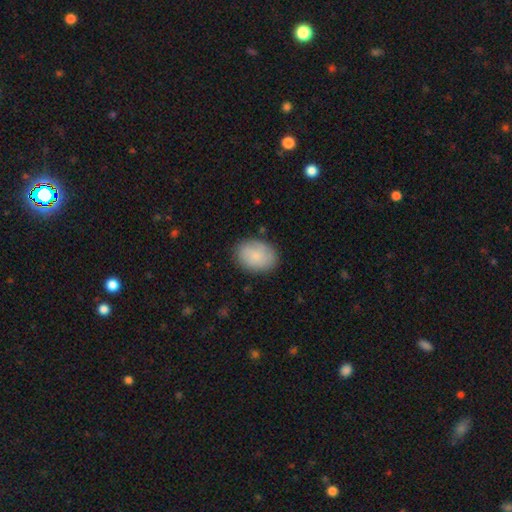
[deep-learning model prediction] This appears to be a smooth galaxy with no disk features (82%) that is in between round and cigar-shaped (76%). Merging: none (82%).